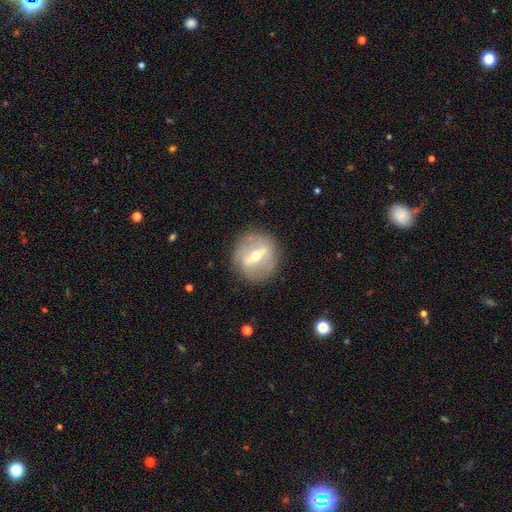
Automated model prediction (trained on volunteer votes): Smooth or featured? Predicted: featured or disk (p=0.73). Edge-on disk? Predicted: no (p=0.77). Bar? Predicted: strong (p=0.70). Spiral arms? Predicted: no (p=0.66). Bulge size? Predicted: moderate (p=0.64). Merging? Predicted: none (p=0.84).